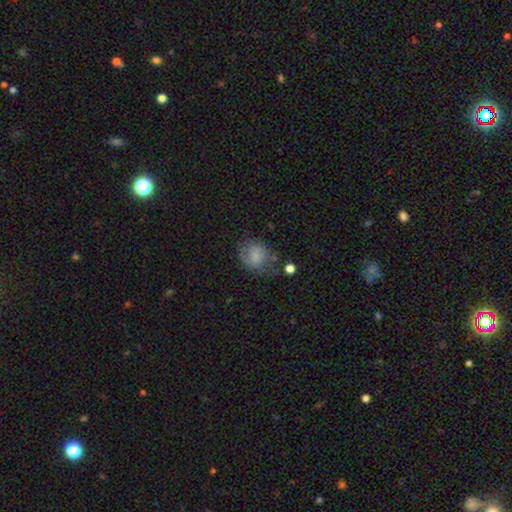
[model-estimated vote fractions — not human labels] This appears to be a smooth galaxy with no disk features (63%) that is round (53%). Merging: none (57%).